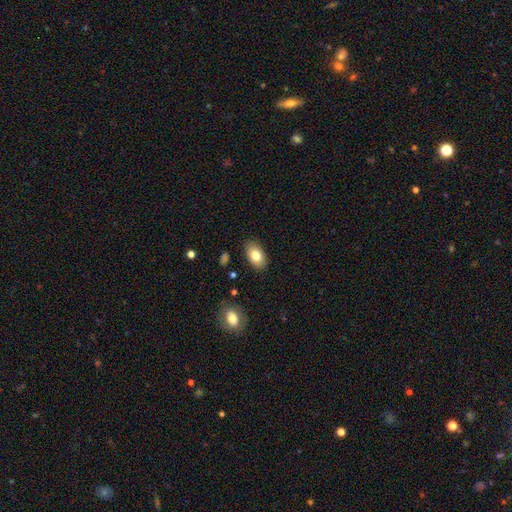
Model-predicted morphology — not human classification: Smooth or featured? smooth (80%)
How rounded? in between (91%)
Merging? none (87%)